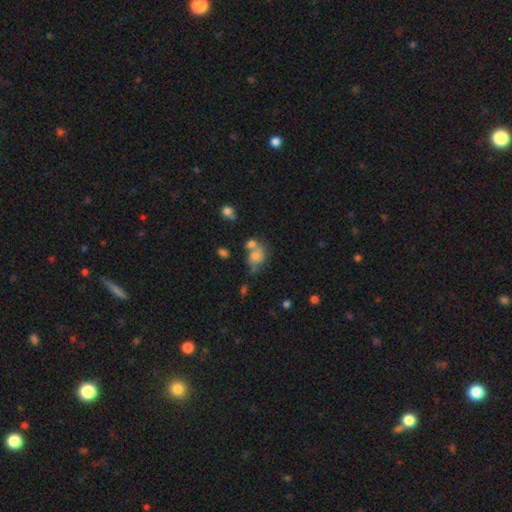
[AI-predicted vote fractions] This is likely a smooth galaxy (67%). How rounded: possibly in between (60%). Merging: marginally merger (42%).